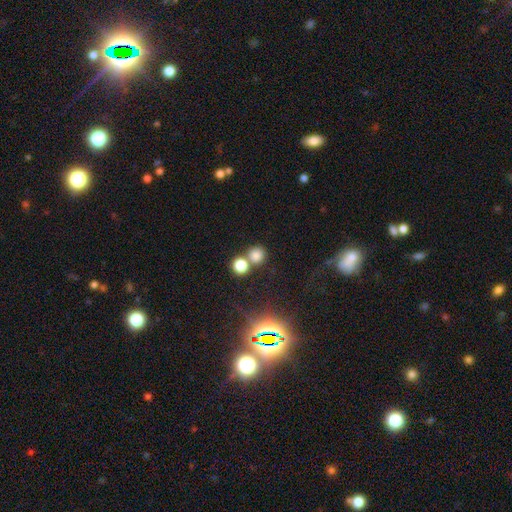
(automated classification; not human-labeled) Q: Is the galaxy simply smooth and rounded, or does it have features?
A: smooth — 76%.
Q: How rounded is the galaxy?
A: round — 89%.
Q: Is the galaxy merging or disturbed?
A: none — 61%.